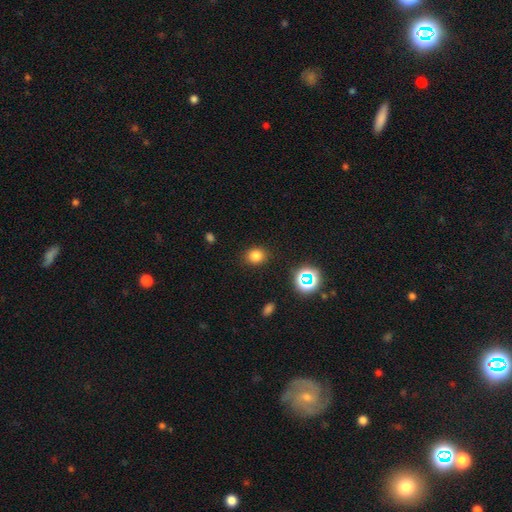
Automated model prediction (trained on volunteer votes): This is likely a smooth galaxy (79%). How rounded: likely round (67%). Merging: clearly none (87%).